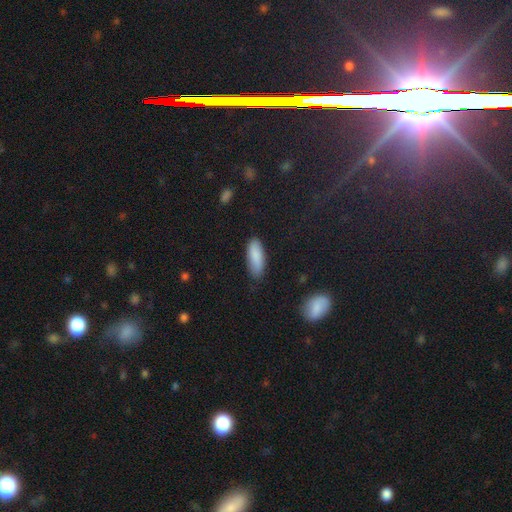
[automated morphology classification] Overall: smooth (88%). How rounded: in between (71%). Merging: none (80%).